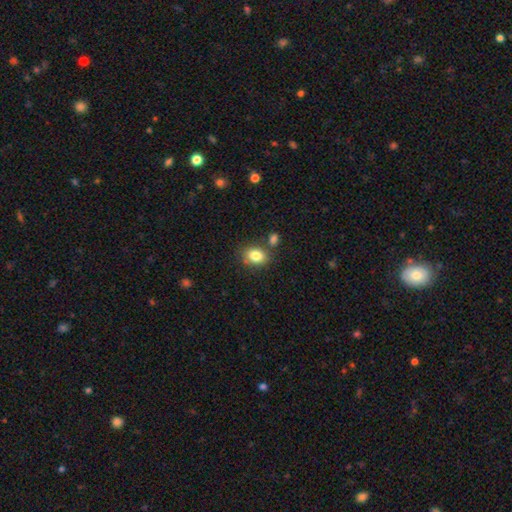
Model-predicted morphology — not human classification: This is clearly a smooth galaxy (82%). How rounded: likely in between (62%). Merging: likely none (70%).